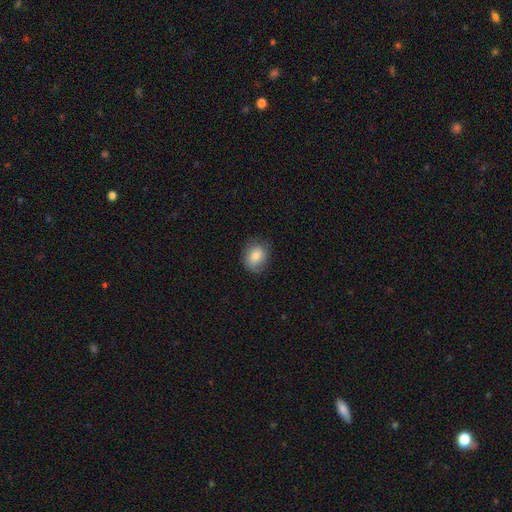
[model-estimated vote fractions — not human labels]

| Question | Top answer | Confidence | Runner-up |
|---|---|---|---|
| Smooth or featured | smooth | 78% | featured or disk (14%) |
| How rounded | round | 55% | in between (44%) |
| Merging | none | 76% | minor disturbance (18%) |